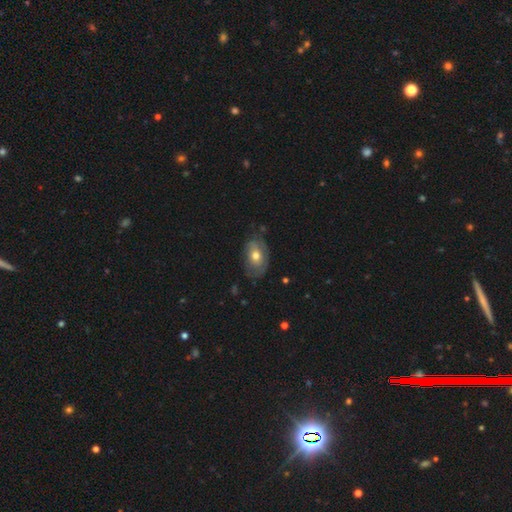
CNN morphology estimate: The model was most divided on "smooth or featured": smooth: 55%, featured or disk: 38%, star or artifact: 7%. More confident: how rounded — in between (85%); merging — none (65%).